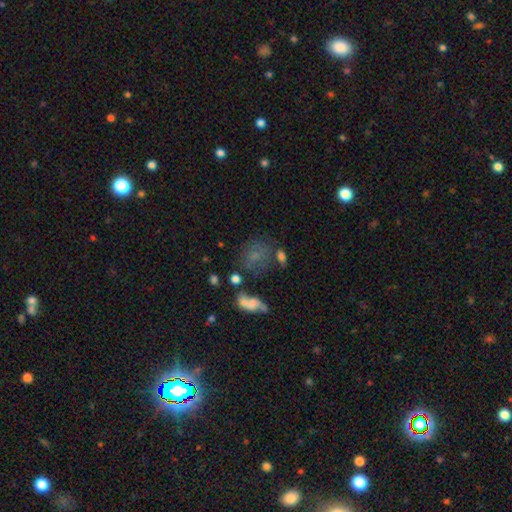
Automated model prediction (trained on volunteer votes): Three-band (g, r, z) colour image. It shows a smooth galaxy with no disk features (55%) that is round (54%). Merging: none (46%).